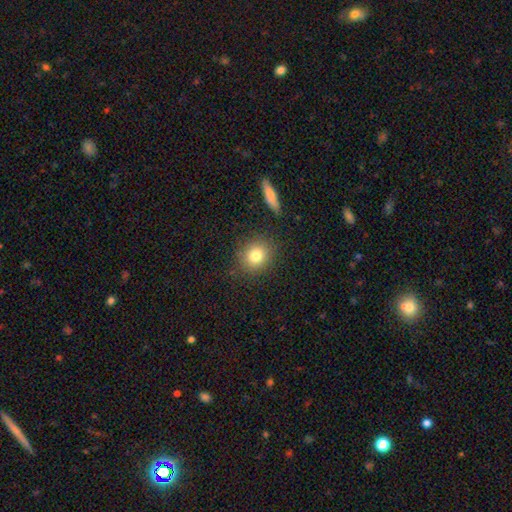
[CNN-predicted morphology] smooth 80%, star or artifact 10%, featured or disk 9%. Down the decision tree: how rounded — round (80%); merging — none (85%).